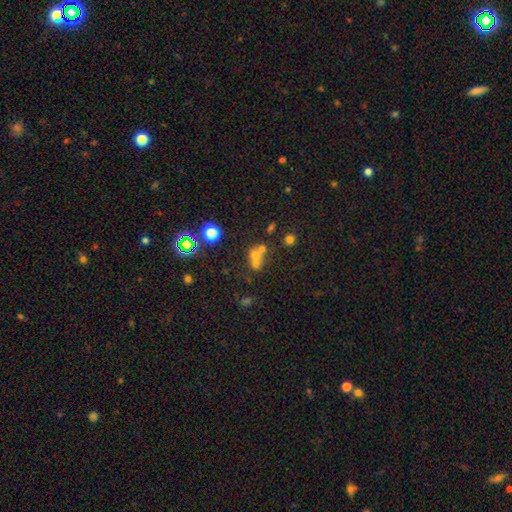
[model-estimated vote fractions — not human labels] Smooth or featured? smooth (57%)
How rounded? round (76%)
Merging? merger (55%)